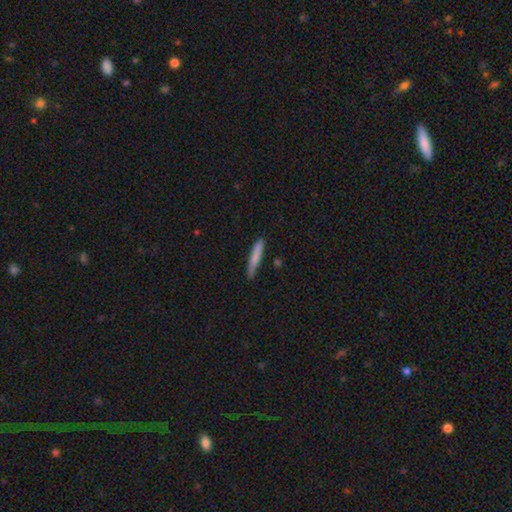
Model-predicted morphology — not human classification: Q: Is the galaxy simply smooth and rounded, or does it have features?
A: smooth — 76%.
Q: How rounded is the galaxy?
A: cigar-shaped — 94%.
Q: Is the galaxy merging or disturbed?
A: none — 82%.